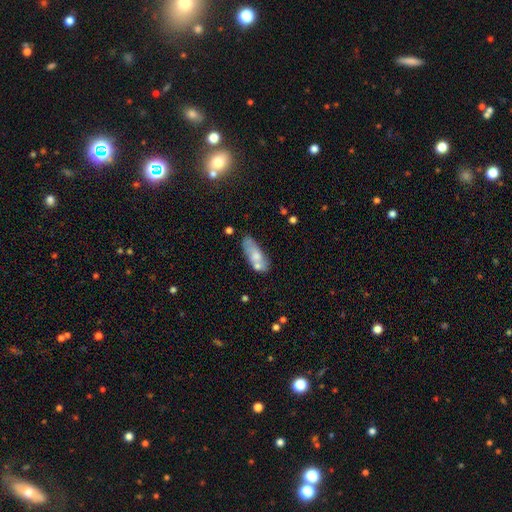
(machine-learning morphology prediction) Smooth or featured? smooth (66%)
How rounded? in between (72%)
Merging? none (46%)